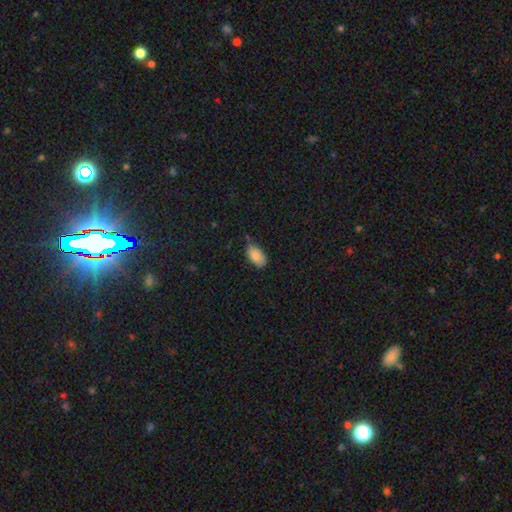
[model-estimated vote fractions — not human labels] A smooth galaxy with no disk features (86%) that is in between round and cigar-shaped (94%).

Vote fractions:
- Smooth or featured? smooth: 86% / star or artifact: 7% / featured or disk: 7%
- How rounded? in between: 94% / round: 4% / cigar-shaped: 2%
- Merging? none: 67% / minor disturbance: 26% / major disturbance: 4% / merger: 3%